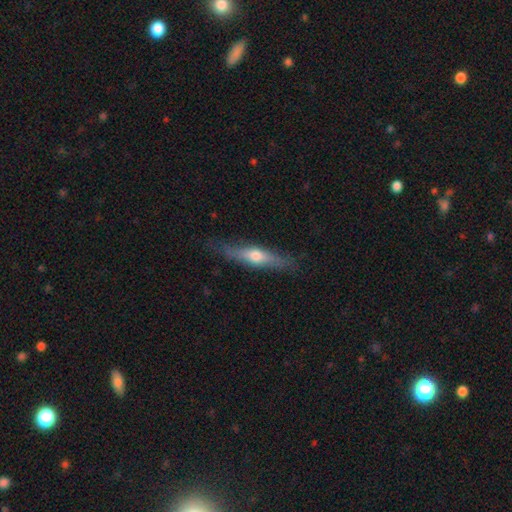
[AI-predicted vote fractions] Smooth or featured?
  - featured or disk: 55% *
  - smooth: 40%
  - star or artifact: 6%
Edge-on disk?
  - yes: 90% *
  - no: 10%
Merging?
  - none: 81% *
  - minor disturbance: 15%
  - major disturbance: 3%
  - merger: 1%